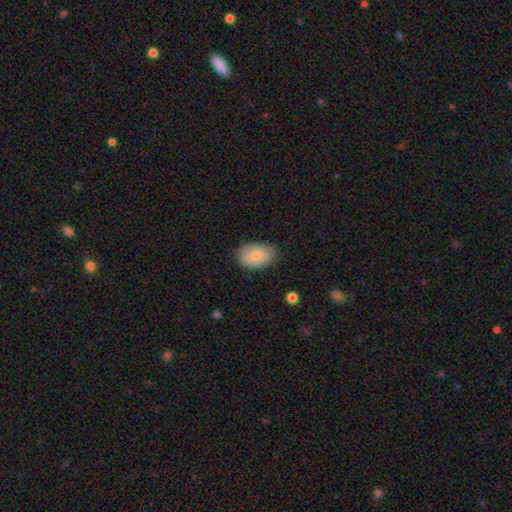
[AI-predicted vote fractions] The model was most divided on "merging": none: 79%, minor disturbance: 17%, major disturbance: 3%, merger: 1%. More confident: how rounded — in between (89%); smooth or featured — smooth (81%).